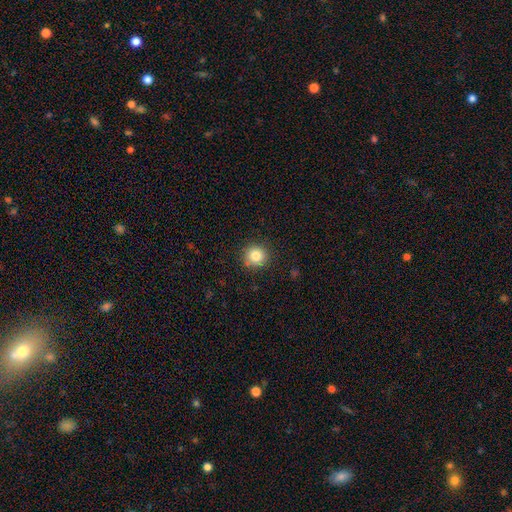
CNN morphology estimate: Overall: smooth (83%). How rounded: round (94%). Merging: none (88%).